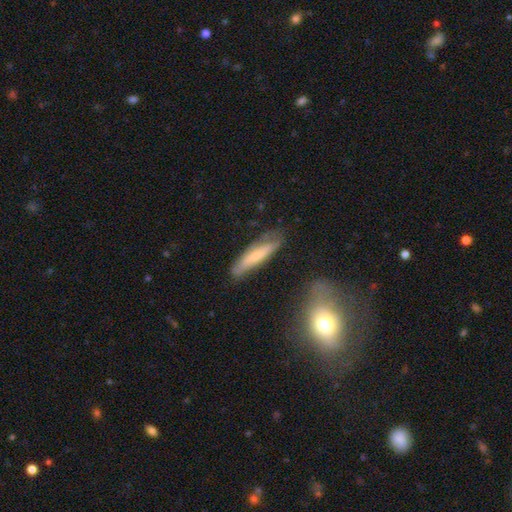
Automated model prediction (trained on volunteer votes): This appears to be a smooth galaxy with no disk features (56%) that is cigar-shaped (82%). Merging: none (72%).